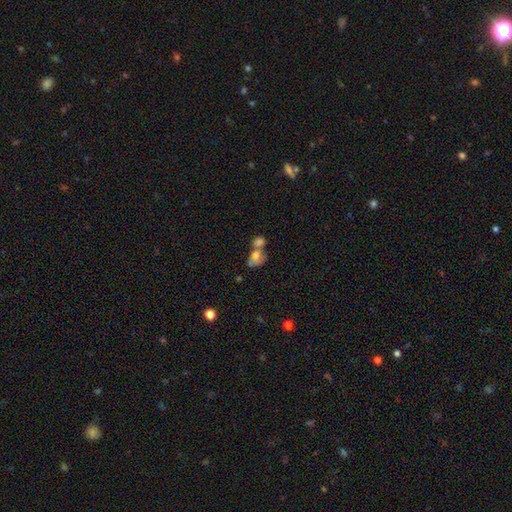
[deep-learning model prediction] Morphology: type=smooth (65%); roundness=in between (61%); merging=merger (62%).